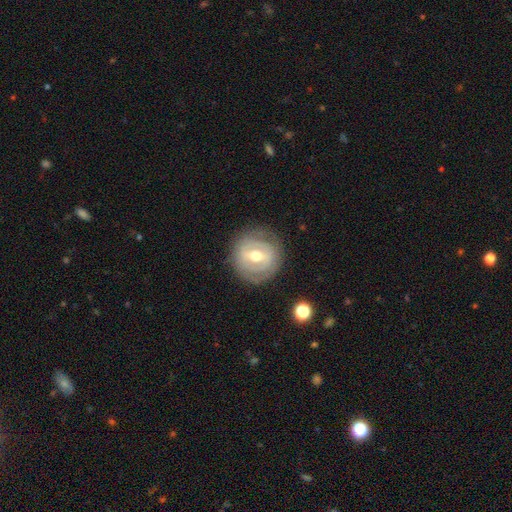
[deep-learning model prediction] Morphology: type=featured or disk (70%); edge-on=no (95%); bar=weak (42%); spiral arms=no (55%); bulge=moderate (75%); merging=none (81%).